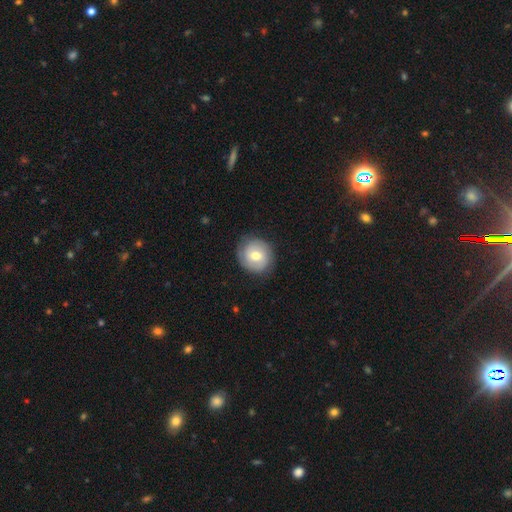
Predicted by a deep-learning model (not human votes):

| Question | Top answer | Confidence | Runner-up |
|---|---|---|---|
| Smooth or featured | smooth | 52% | featured or disk (41%) |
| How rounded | round | 81% | in between (18%) |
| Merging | none | 81% | minor disturbance (14%) |